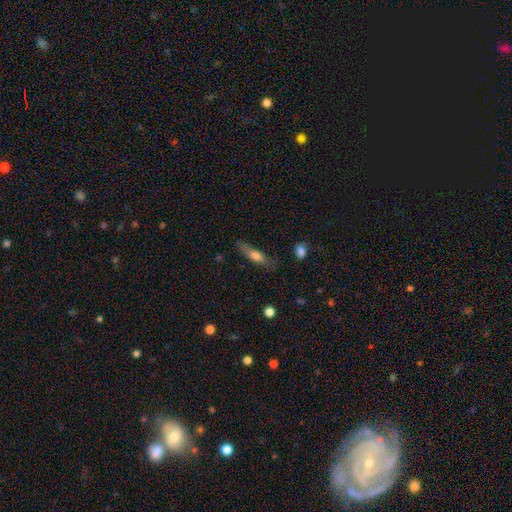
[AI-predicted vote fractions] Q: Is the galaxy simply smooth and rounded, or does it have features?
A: smooth — 66%.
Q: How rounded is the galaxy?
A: cigar-shaped — 64%.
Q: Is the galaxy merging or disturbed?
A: none — 66%.